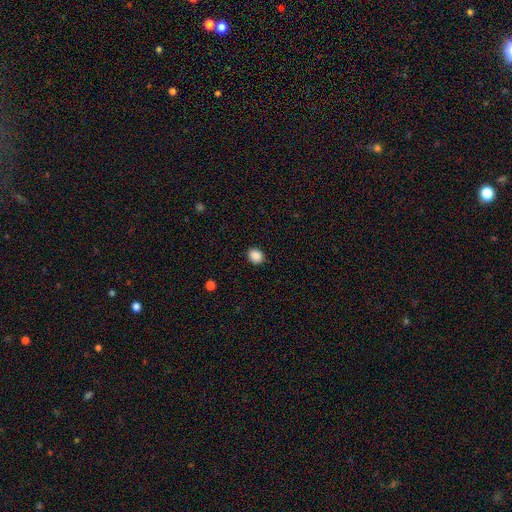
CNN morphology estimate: Smooth or featured: smooth — 89% (star or artifact — 9%)
How rounded: round — 61% (in between — 38%)
Merging: none — 90% (minor disturbance — 7%)